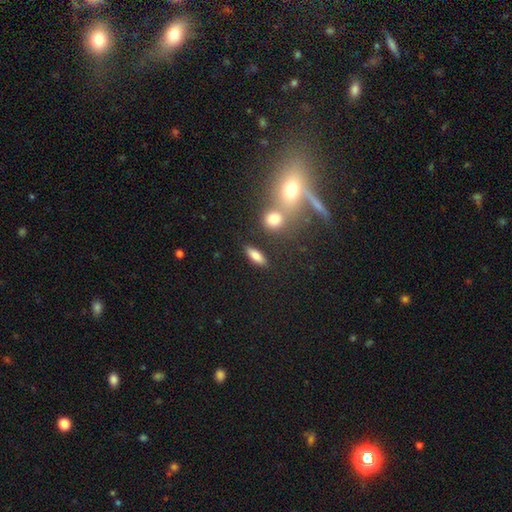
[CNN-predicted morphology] Smooth or featured? Predicted: smooth (p=0.78). How rounded? Predicted: in between (p=0.65). Merging? Predicted: none (p=0.82).